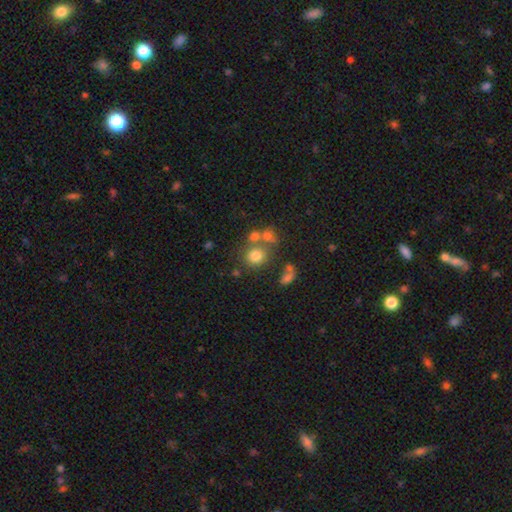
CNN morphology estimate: Smooth or featured? smooth (73%)
How rounded? round (82%)
Merging? none (60%)